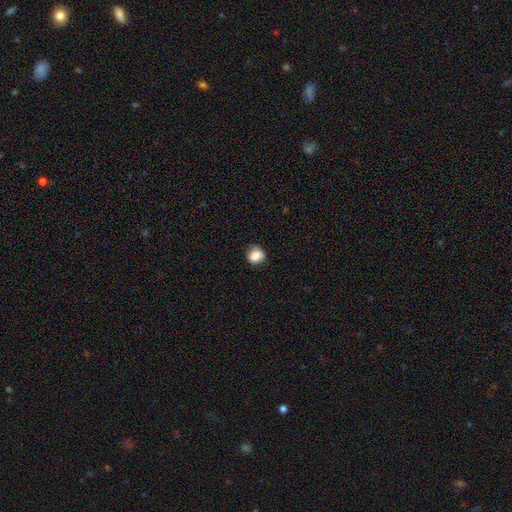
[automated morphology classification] The model was most divided on "how rounded": round: 69%, in between: 30%, cigar-shaped: 1%. More confident: smooth or featured — smooth (84%); merging — none (67%).